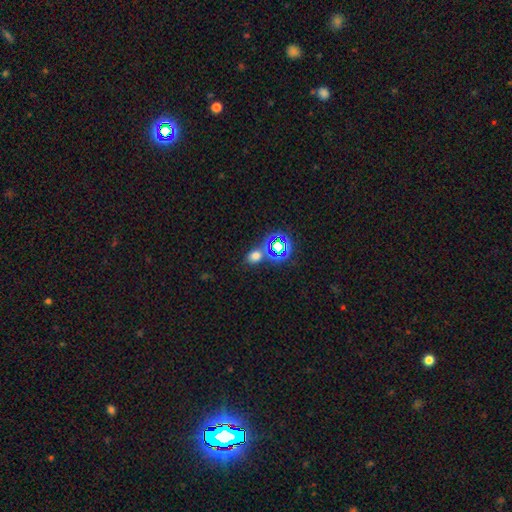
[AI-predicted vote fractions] Smooth or featured?
  - smooth: 61% *
  - star or artifact: 31%
  - featured or disk: 8%
How rounded?
  - in between: 56% *
  - round: 42%
  - cigar-shaped: 2%
Merging?
  - none: 61% *
  - merger: 22%
  - minor disturbance: 11%
  - major disturbance: 5%